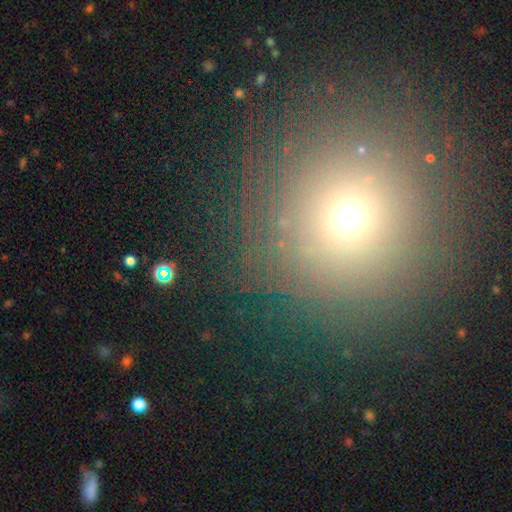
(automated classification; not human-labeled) smooth_or_featured: smooth (p=0.58) [alt: star or artifact p=0.33]
how_rounded: round (p=0.93) [alt: in between p=0.06]
merging: none (p=0.84) [alt: minor disturbance p=0.08]